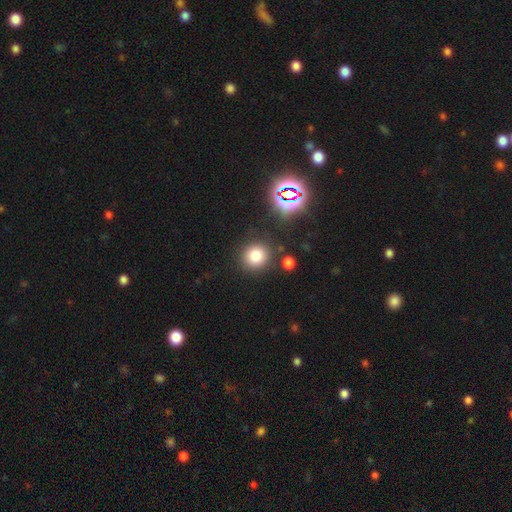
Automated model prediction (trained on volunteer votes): smooth_or_featured: smooth (p=0.77) [alt: star or artifact p=0.16]
how_rounded: round (p=0.87) [alt: in between p=0.12]
merging: none (p=0.85) [alt: minor disturbance p=0.08]